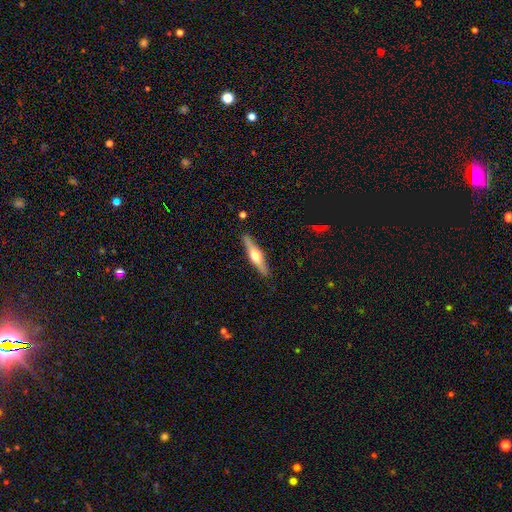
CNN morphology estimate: Q: Smooth or featured?
A: featured or disk (63%); runner-up: smooth (31%)
Q: Edge-on disk?
A: yes (96%); runner-up: no (4%)
Q: Edge-on bulge?
A: rounded (93%); runner-up: boxy (4%)
Q: Merging?
A: none (88%); runner-up: minor disturbance (9%)